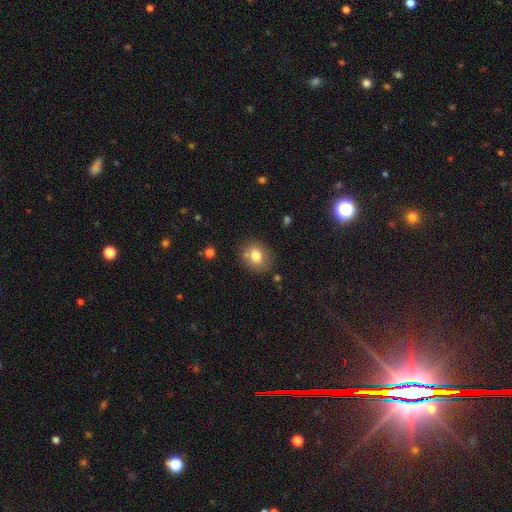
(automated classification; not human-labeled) Overall: smooth (77%). How rounded: round (66%; in between 33%). Merging: none (77%).